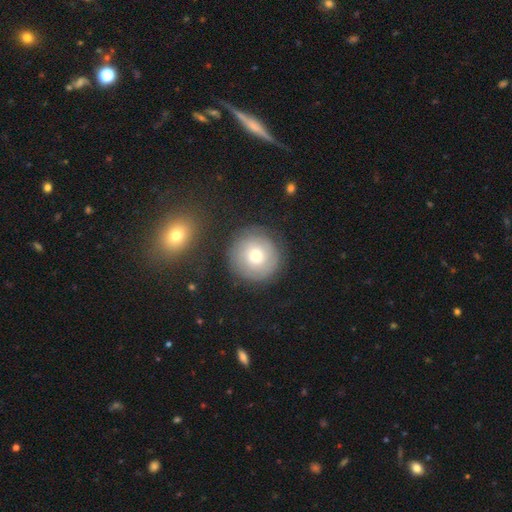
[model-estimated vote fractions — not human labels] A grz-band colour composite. It shows a smooth galaxy with no disk features (57%) that is round (93%). Merging: none (85%).